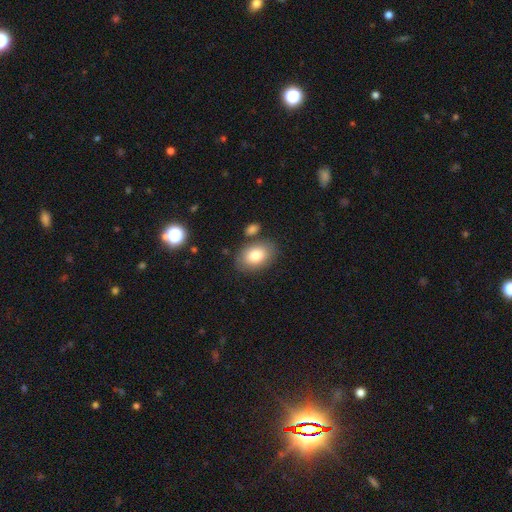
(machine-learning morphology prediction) This appears to be a smooth galaxy with no disk features (82%) that is in between round and cigar-shaped (87%). Merging: none (75%).